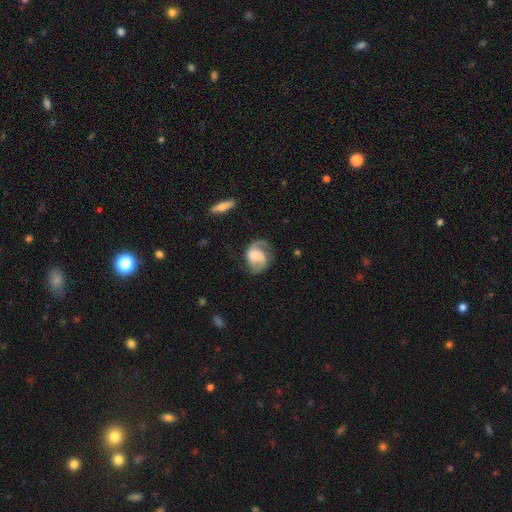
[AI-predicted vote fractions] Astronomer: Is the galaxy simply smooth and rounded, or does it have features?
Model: featured or disk — 71%.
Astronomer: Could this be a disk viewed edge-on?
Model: no — 97%.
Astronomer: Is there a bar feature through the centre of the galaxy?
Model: no — 48% (runner-up: weak, 40%).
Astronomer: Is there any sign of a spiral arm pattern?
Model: yes — 92%.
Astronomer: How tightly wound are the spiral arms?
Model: medium — 47% (runner-up: loose, 30%).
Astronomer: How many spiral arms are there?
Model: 2 — 75%.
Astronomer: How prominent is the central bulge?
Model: moderate — 36% (runner-up: small, 31%).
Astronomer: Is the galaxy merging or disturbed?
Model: none — 60%.